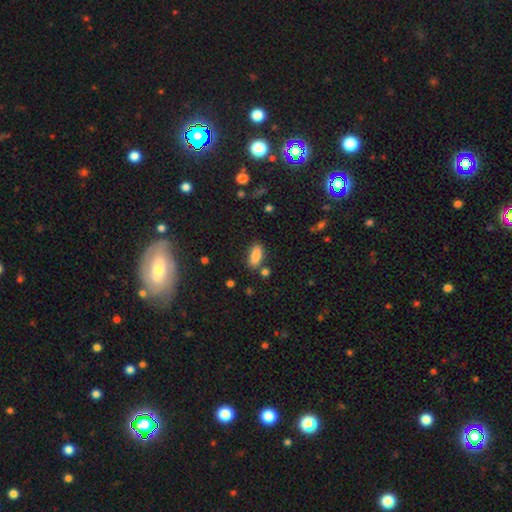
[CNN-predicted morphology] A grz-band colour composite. It shows a smooth galaxy with no disk features (86%) that is in between round and cigar-shaped (86%). Merging: none (79%).